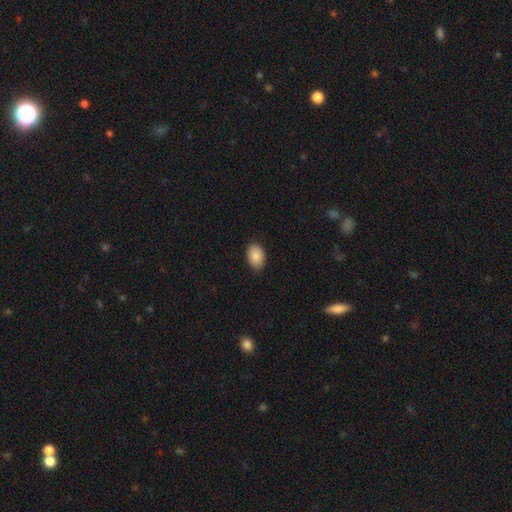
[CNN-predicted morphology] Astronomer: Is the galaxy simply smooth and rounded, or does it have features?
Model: smooth — 89%.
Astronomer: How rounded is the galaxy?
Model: in between — 88%.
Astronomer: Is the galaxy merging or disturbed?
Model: none — 86%.